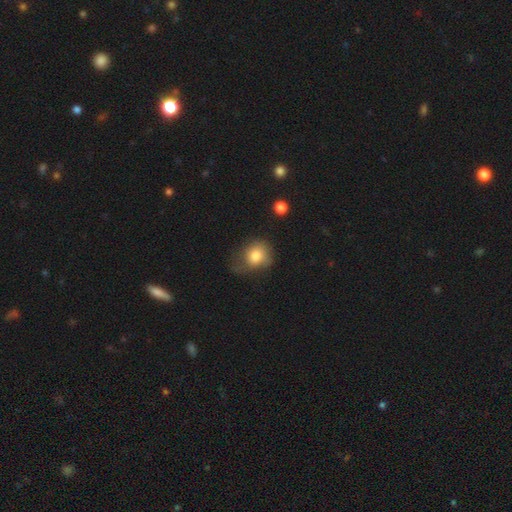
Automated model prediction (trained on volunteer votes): Overall: smooth (79%). How rounded: round (60%; in between 39%). Merging: none (36%; minor disturbance 35%).